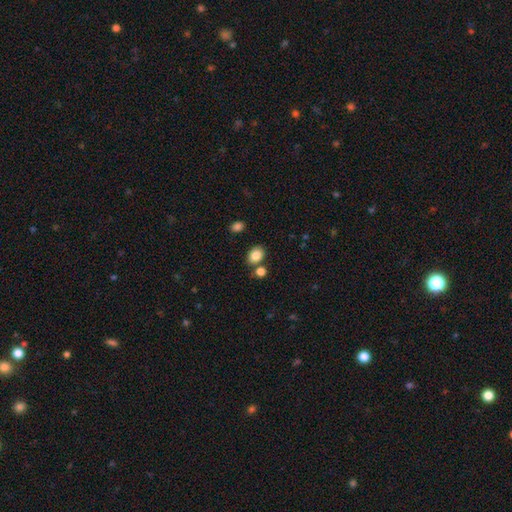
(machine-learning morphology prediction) A smooth galaxy with no disk features (86%) that is in between round and cigar-shaped (69%).

Vote fractions:
- Smooth or featured? smooth: 86% / star or artifact: 9% / featured or disk: 5%
- How rounded? in between: 69% / round: 30% / cigar-shaped: 1%
- Merging? none: 70% / merger: 15% / minor disturbance: 11% / major disturbance: 4%